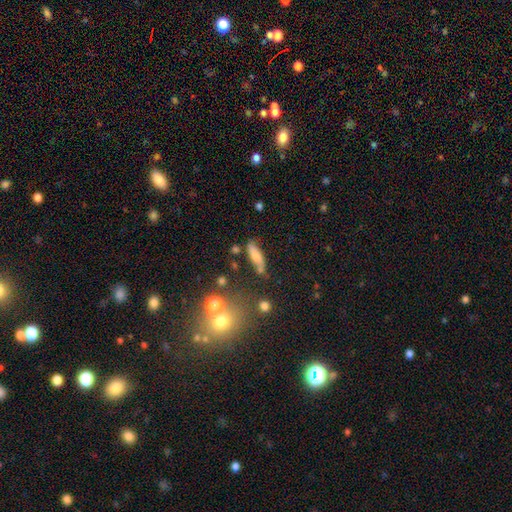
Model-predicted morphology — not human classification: smooth 67%, featured or disk 24%, star or artifact 9%. Down the decision tree: how rounded — cigar-shaped (57%); merging — none (63%).